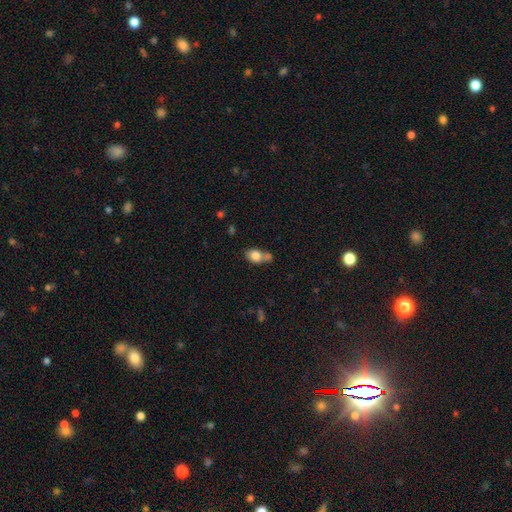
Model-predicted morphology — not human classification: Smooth or featured?
  - smooth: 79% *
  - featured or disk: 12%
  - star or artifact: 9%
How rounded?
  - in between: 71% *
  - round: 27%
  - cigar-shaped: 2%
Merging?
  - merger: 39% *
  - none: 38%
  - minor disturbance: 17%
  - major disturbance: 6%